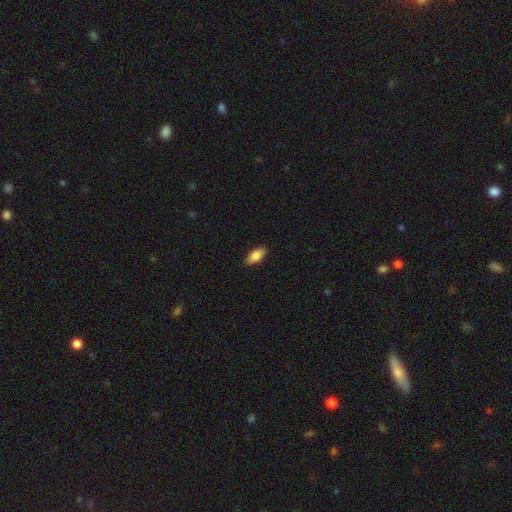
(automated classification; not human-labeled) A smooth galaxy with no disk features (84%) that is in between round and cigar-shaped (88%). Merging: none (88%).